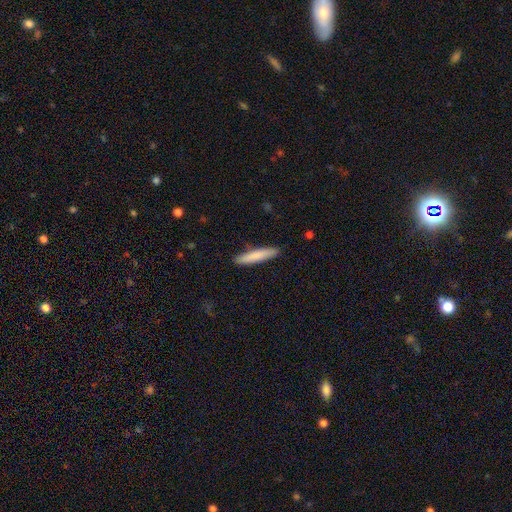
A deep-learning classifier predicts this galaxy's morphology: Smooth or featured?
  - smooth: 82% *
  - featured or disk: 13%
  - star or artifact: 5%
How rounded?
  - cigar-shaped: 91% *
  - in between: 8%
  - round: 1%
Merging?
  - none: 90% *
  - minor disturbance: 8%
  - major disturbance: 2%
  - merger: 1%